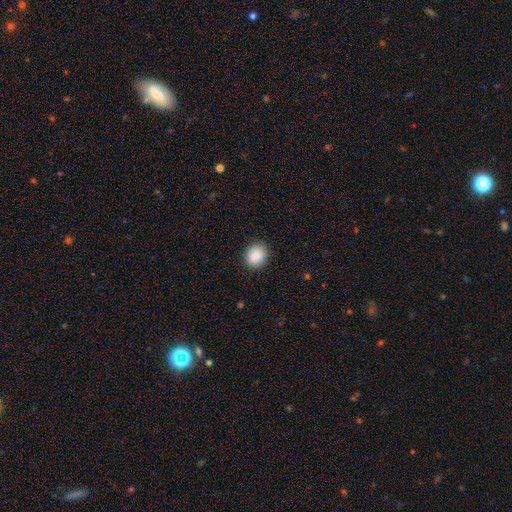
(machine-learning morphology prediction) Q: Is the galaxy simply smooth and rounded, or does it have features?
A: smooth — 89%.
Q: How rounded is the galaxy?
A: round — 73%.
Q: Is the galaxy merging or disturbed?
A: none — 89%.